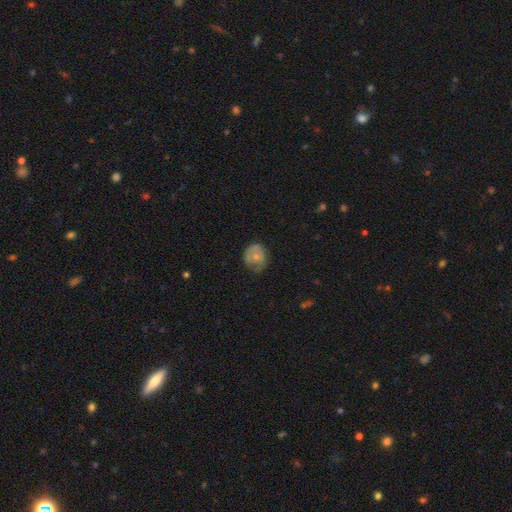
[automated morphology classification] This appears to be a smooth galaxy with no disk features (55%) that is round (59%). Merging: none (51%).